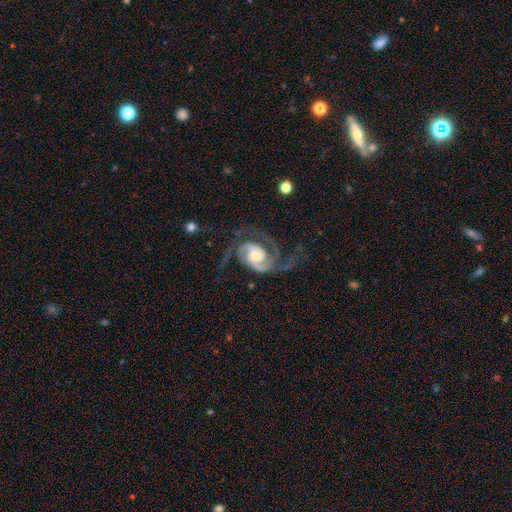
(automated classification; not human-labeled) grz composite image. It shows a featured or disk galaxy (91%) with no bar (54%), 2 (70%) medium (50%) spiral arms (98%) and a moderate central bulge (57%). Merging: none (58%).